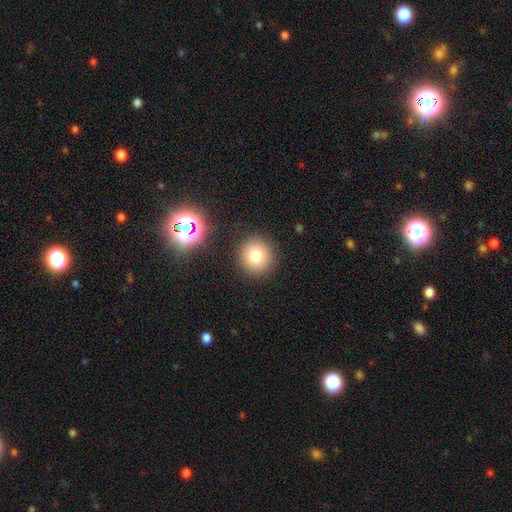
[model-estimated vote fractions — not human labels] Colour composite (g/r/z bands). It shows a smooth galaxy with no disk features (79%) that is round (92%). Merging: none (89%).